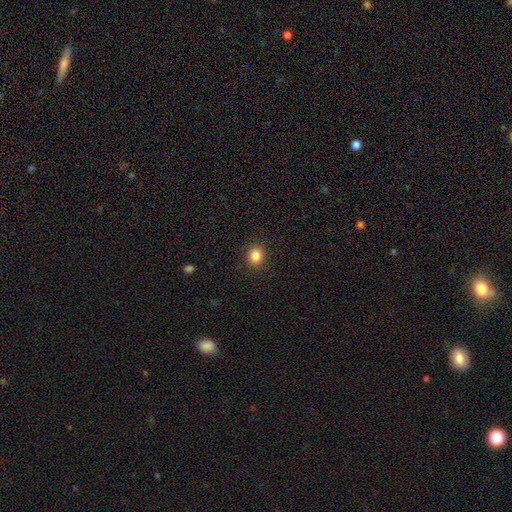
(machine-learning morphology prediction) smooth-or-featured: smooth: 84% | star or artifact: 11% | featured or disk: 5%
  how-rounded: round: 74% | in between: 25% | cigar-shaped: 1%
  merging: none: 90% | minor disturbance: 7% | major disturbance: 2% | merger: 1%